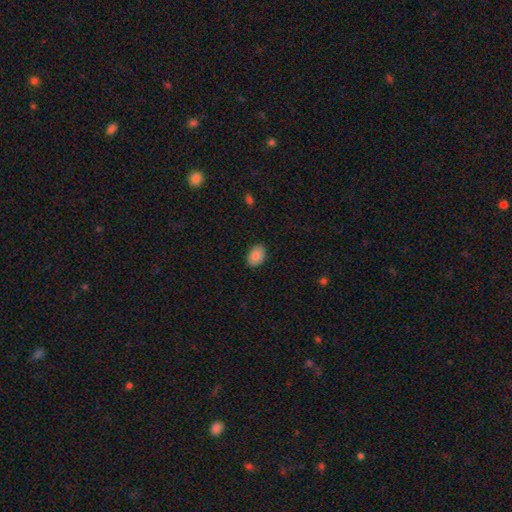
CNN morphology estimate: smooth-or-featured: smooth: 85% | featured or disk: 8% | star or artifact: 7%
  how-rounded: in between: 83% | round: 16% | cigar-shaped: 1%
  merging: none: 87% | minor disturbance: 10% | major disturbance: 2% | merger: 1%